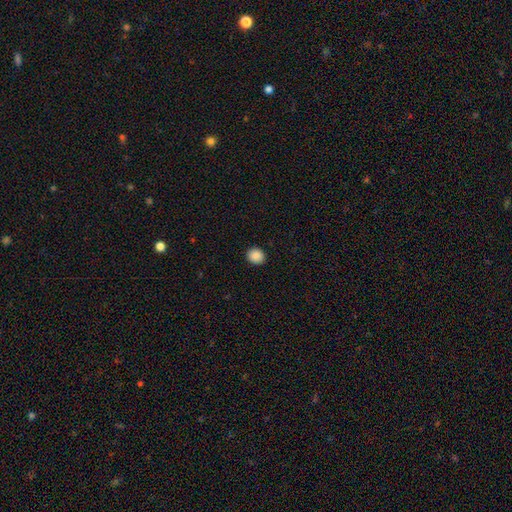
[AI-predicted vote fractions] smooth 88%, star or artifact 9%, featured or disk 3%. Down the decision tree: how rounded — round (78%); merging — none (92%).